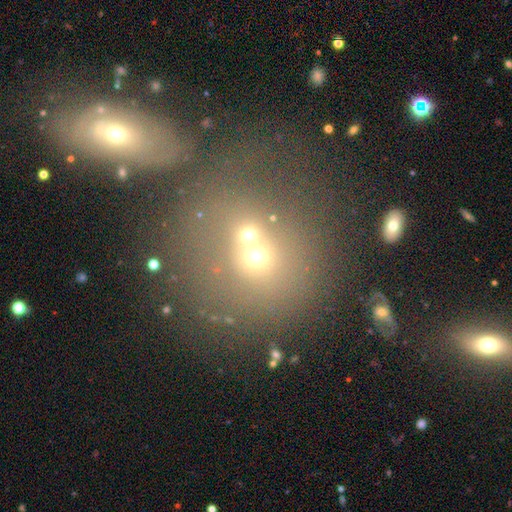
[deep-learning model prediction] Q: Smooth or featured?
A: smooth (54%); runner-up: star or artifact (24%)
Q: How rounded?
A: round (82%); runner-up: in between (17%)
Q: Merging?
A: merger (54%); runner-up: none (31%)